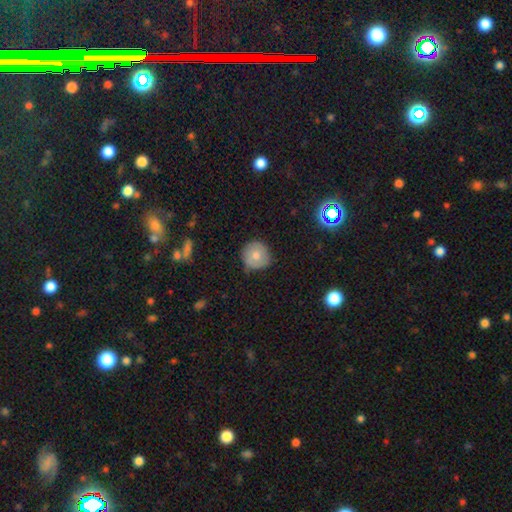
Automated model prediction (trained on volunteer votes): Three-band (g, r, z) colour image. It shows a smooth galaxy with no disk features (73%) that is round (93%). Merging: none (77%).